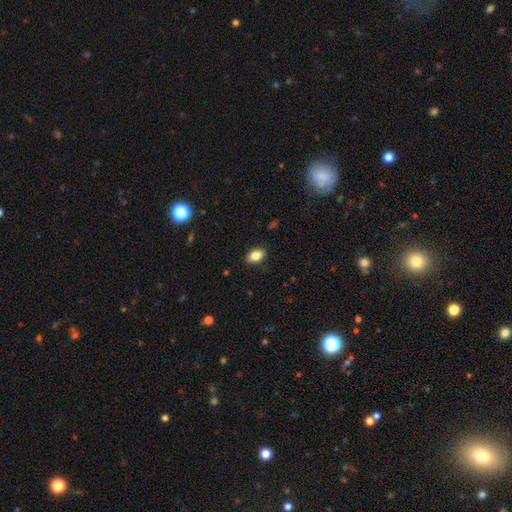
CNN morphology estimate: Overall: smooth (84%). How rounded: in between (88%). Merging: none (89%).